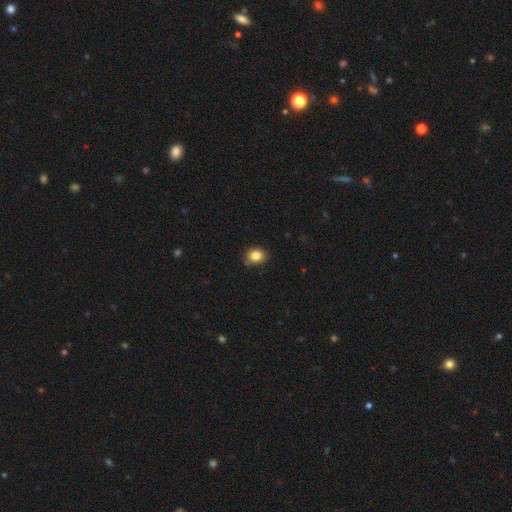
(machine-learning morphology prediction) This appears to be a smooth galaxy with no disk features (83%) that is round (61%). Merging: none (82%).